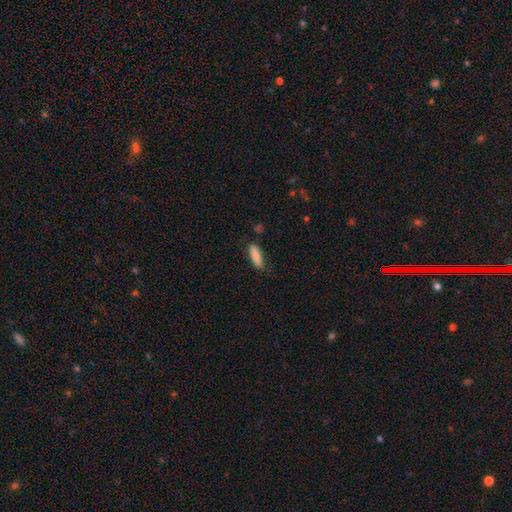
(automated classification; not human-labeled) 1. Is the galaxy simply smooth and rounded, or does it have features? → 84% smooth, 10% featured or disk, 6% star or artifact.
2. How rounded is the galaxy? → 52% cigar-shaped, 46% in between, 2% round.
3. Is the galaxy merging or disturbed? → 80% none, 15% minor disturbance, 3% major disturbance, 2% merger.